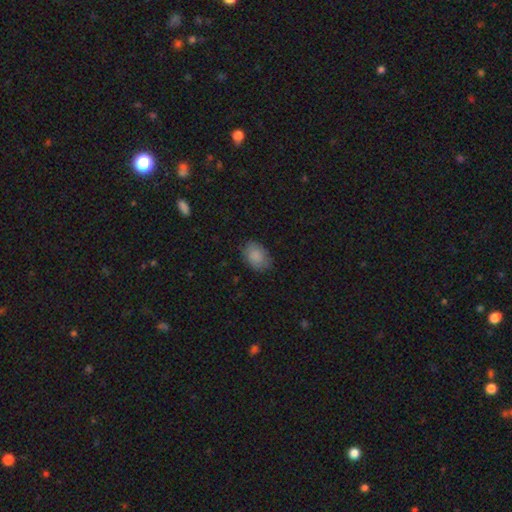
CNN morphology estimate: The model was most divided on "how rounded": in between: 82%, round: 17%, cigar-shaped: 1%. More confident: smooth or featured — smooth (87%); merging — none (80%).